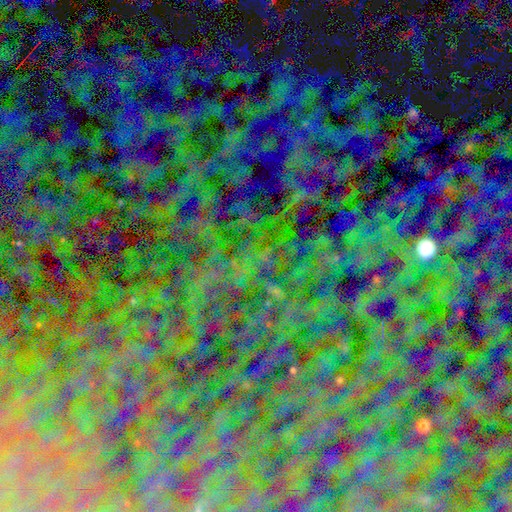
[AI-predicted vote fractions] star or artifact 79%, smooth 13%, featured or disk 9%.